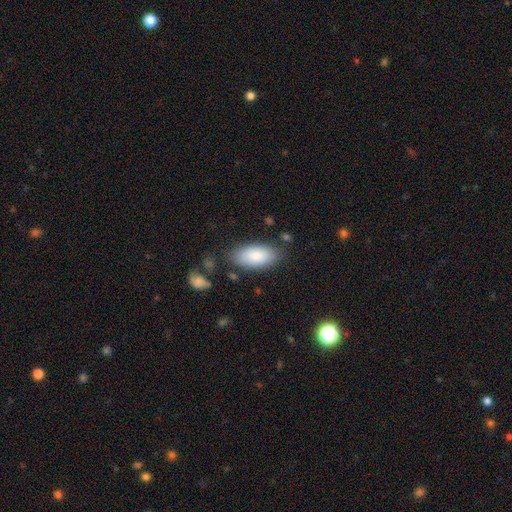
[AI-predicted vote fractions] Morphology: type=smooth (84%); roundness=in between (93%); merging=none (78%).